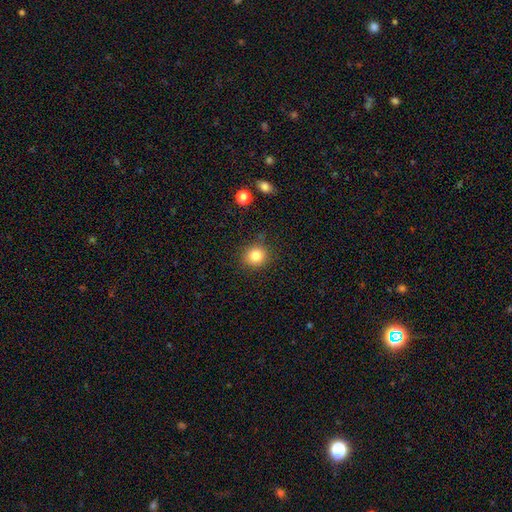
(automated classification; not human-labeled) Overall: smooth (82%). How rounded: round (84%). Merging: none (87%).